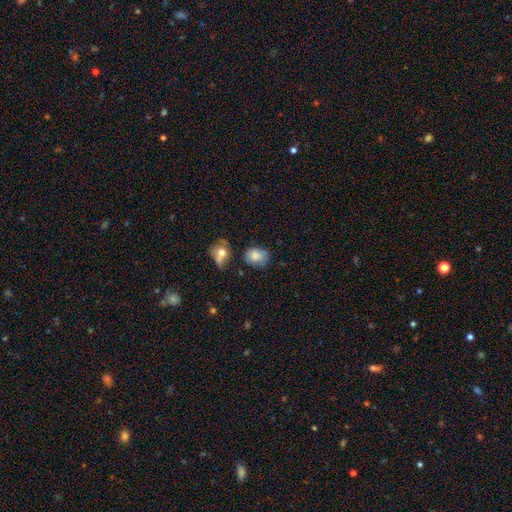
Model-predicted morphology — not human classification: smooth-or-featured: smooth: 79% | featured or disk: 11% | star or artifact: 9%
  how-rounded: in between: 55% | round: 44% | cigar-shaped: 1%
  merging: none: 54% | minor disturbance: 26% | merger: 11% | major disturbance: 8%